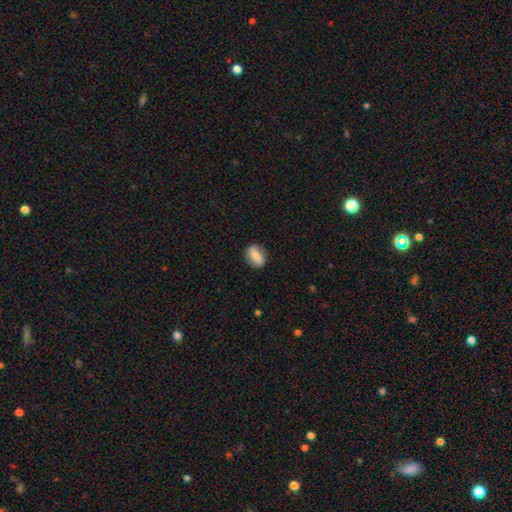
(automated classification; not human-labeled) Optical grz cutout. It shows a smooth galaxy with no disk features (71%) that is in between round and cigar-shaped (76%). Merging: none (85%).